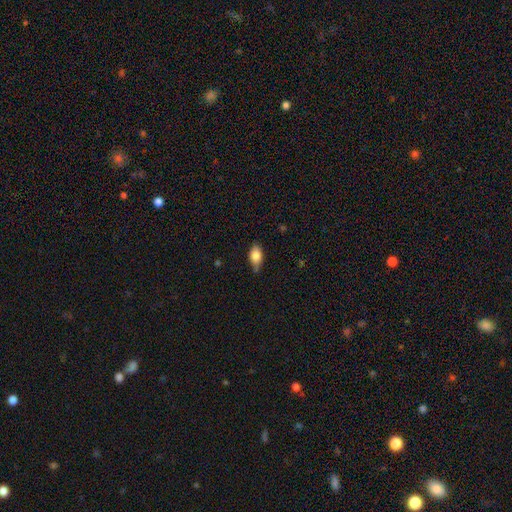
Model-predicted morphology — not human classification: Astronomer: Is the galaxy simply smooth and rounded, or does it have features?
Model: smooth — 79%.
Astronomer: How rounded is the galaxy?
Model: in between — 88%.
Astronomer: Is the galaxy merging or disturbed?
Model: none — 67%.